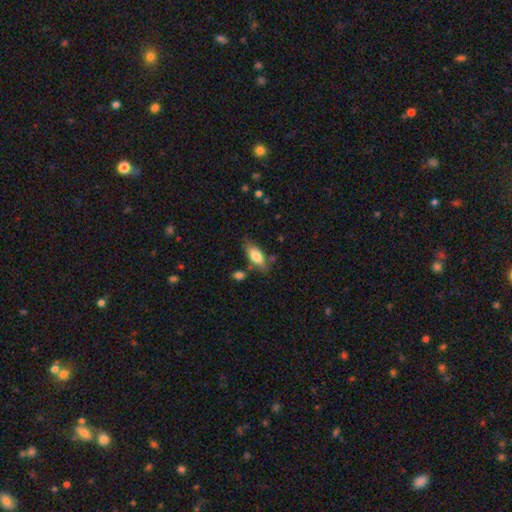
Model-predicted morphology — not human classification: Smooth or featured? Predicted: smooth (p=0.76). How rounded? Predicted: in between (p=0.80). Merging? Predicted: none (p=0.69).